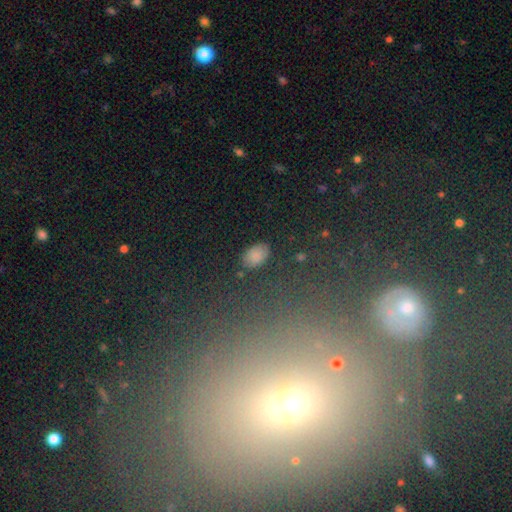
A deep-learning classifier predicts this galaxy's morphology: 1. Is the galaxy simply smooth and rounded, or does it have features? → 81% smooth, 13% star or artifact, 6% featured or disk.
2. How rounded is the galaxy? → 89% in between, 9% round, 2% cigar-shaped.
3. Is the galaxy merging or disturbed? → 81% none, 13% minor disturbance, 4% major disturbance, 2% merger.